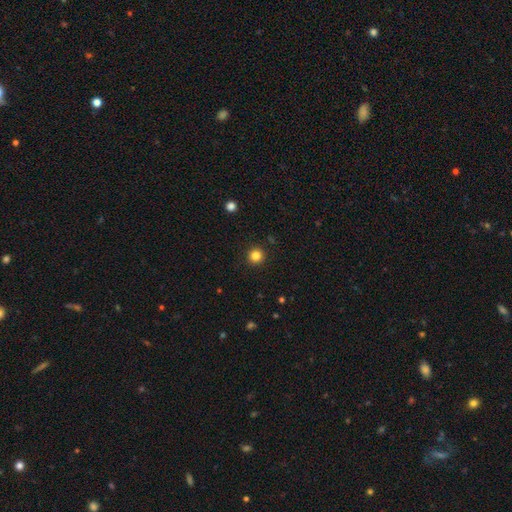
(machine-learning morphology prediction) A smooth galaxy with no disk features (84%) that is round (95%).

Vote fractions:
- Smooth or featured? smooth: 84% / star or artifact: 12% / featured or disk: 4%
- How rounded? round: 95% / in between: 4% / cigar-shaped: 1%
- Merging? none: 93% / minor disturbance: 4% / major disturbance: 2% / merger: 1%